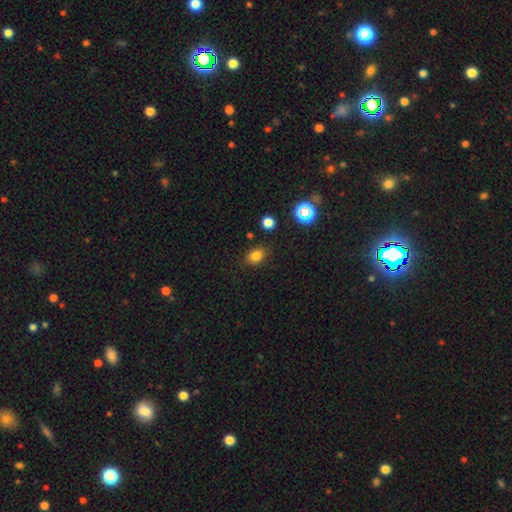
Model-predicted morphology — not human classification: Overall: smooth (79%). How rounded: in between (66%; round 33%). Merging: none (82%).